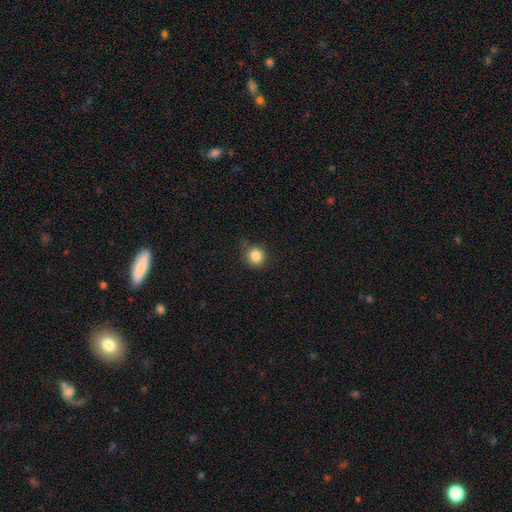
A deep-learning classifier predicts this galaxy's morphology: Smooth or featured?
  - smooth: 83% *
  - star or artifact: 11%
  - featured or disk: 6%
How rounded?
  - round: 90% *
  - in between: 9%
  - cigar-shaped: 1%
Merging?
  - none: 68% *
  - minor disturbance: 24%
  - major disturbance: 6%
  - merger: 2%